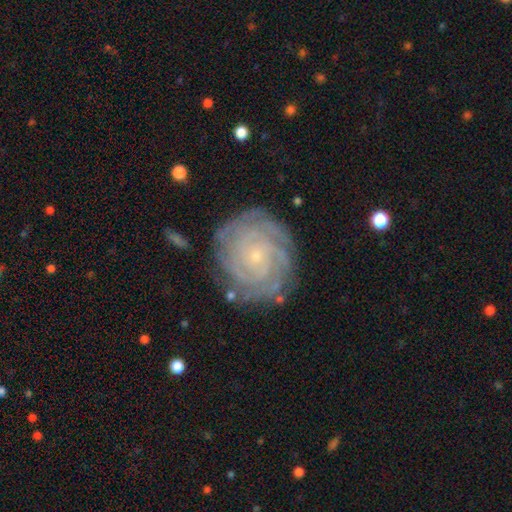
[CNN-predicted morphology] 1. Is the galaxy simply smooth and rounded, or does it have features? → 86% featured or disk, 7% smooth, 6% star or artifact.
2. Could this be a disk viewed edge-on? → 98% no, 2% yes.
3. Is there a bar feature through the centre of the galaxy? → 82% no, 14% weak, 4% strong.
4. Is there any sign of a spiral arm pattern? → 97% yes, 3% no.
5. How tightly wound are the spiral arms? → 85% tight, 12% medium, 2% loose.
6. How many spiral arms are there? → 26% 4, 23% can't tell, 18% 3, 13% 2, 12% more than 4, 7% 1.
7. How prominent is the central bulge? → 88% small, 8% moderate, 2% none, 1% large, 1% dominant.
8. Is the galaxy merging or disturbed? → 80% none, 14% minor disturbance, 4% major disturbance, 2% merger.